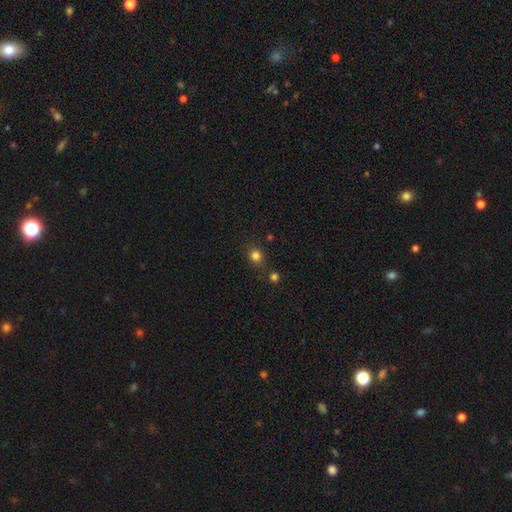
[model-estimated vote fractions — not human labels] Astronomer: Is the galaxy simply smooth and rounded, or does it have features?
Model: smooth — 80%.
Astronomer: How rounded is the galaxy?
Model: round — 77%.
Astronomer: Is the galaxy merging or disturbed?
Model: none — 78%.